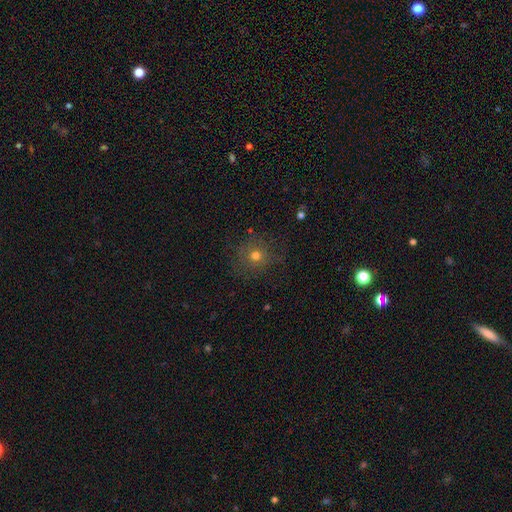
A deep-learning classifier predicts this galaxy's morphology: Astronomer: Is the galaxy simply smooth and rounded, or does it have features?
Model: smooth — 67%.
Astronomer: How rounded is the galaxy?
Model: round — 91%.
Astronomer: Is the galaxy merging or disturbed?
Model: none — 80%.